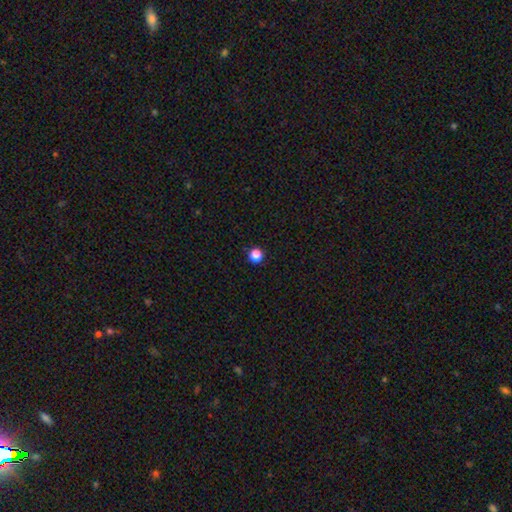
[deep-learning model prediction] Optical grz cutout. It shows a smooth galaxy with no disk features (83%) that is round (93%). Merging: none (93%).